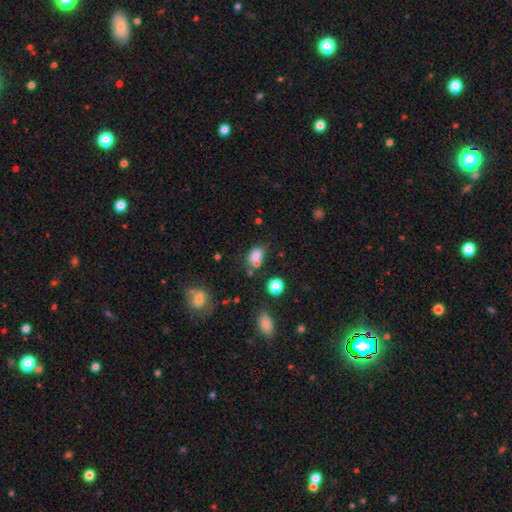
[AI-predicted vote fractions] Smooth or featured: smooth — 75% (star or artifact — 13%)
How rounded: in between — 67% (round — 32%)
Merging: none — 46% (merger — 31%)